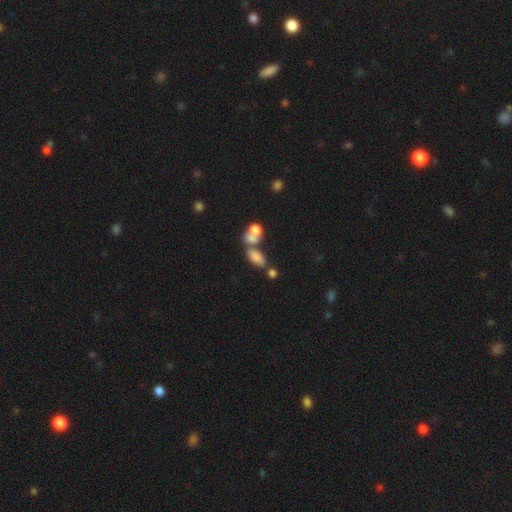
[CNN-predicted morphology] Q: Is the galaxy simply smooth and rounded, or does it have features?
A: smooth — 68%.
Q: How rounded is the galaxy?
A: in between — 83%.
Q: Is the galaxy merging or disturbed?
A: merger — 44%.